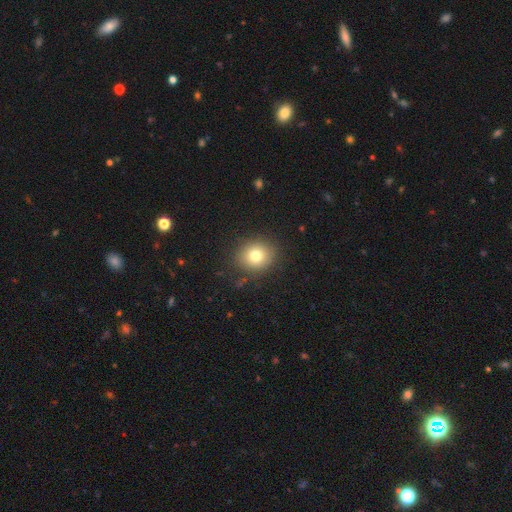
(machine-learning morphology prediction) A smooth galaxy with no disk features (77%) that is round (79%). Merging: none (87%).